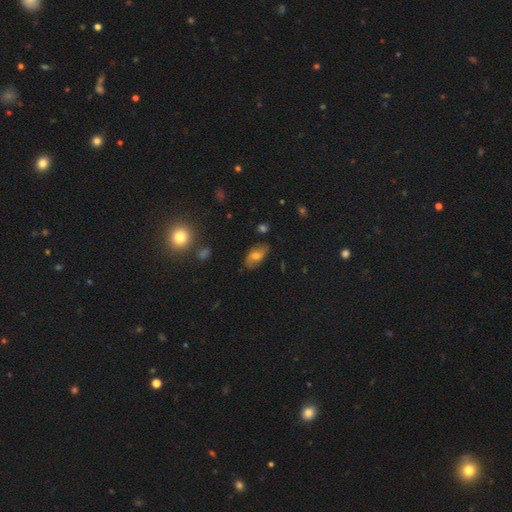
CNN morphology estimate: Q: Smooth or featured?
A: featured or disk (46%); runner-up: smooth (43%)
Q: Merging?
A: none (75%); runner-up: minor disturbance (18%)